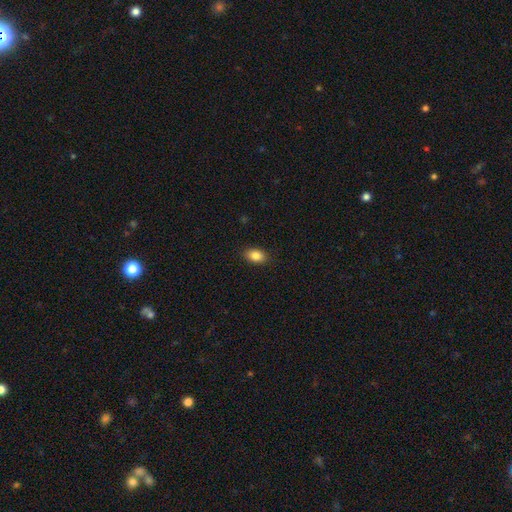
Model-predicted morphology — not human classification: Smooth or featured: smooth — 86% (star or artifact — 8%)
How rounded: in between — 88% (round — 10%)
Merging: none — 89% (minor disturbance — 8%)